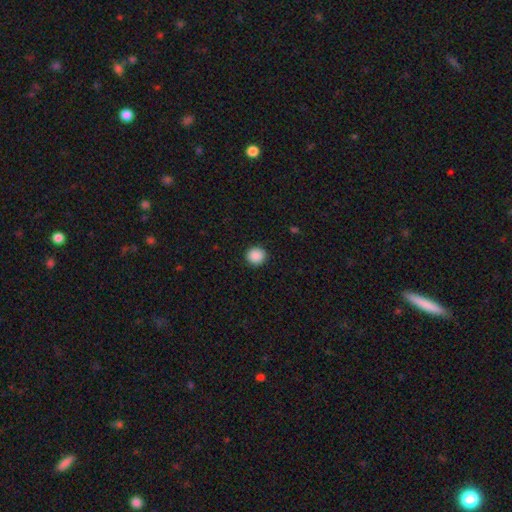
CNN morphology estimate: A smooth galaxy with no disk features (89%) that is round (91%). Merging: none (92%).